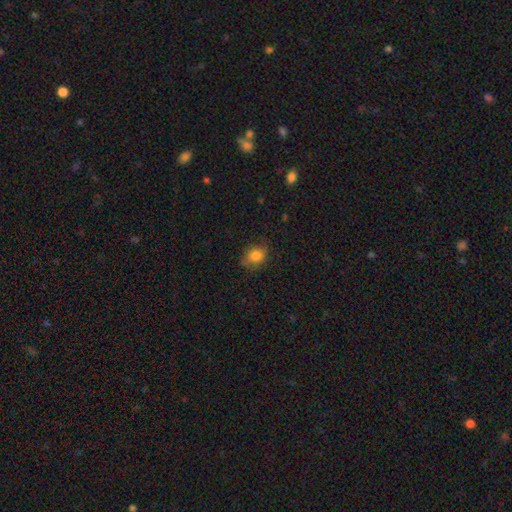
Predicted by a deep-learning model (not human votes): Smooth or featured: smooth — 81% (star or artifact — 10%)
How rounded: round — 56% (in between — 43%)
Merging: none — 71% (minor disturbance — 22%)